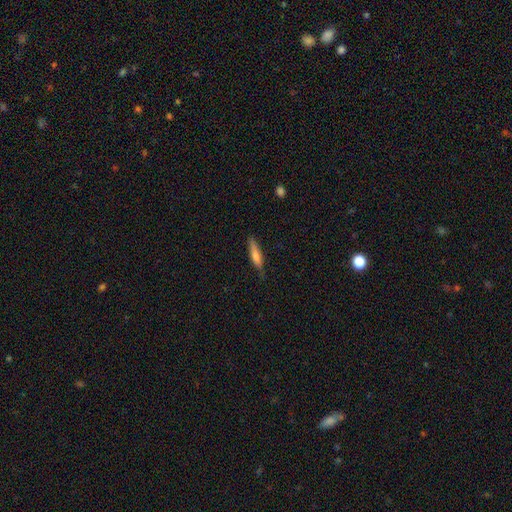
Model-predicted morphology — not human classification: Smooth or featured? smooth (57%)
How rounded? cigar-shaped (82%)
Merging? none (79%)